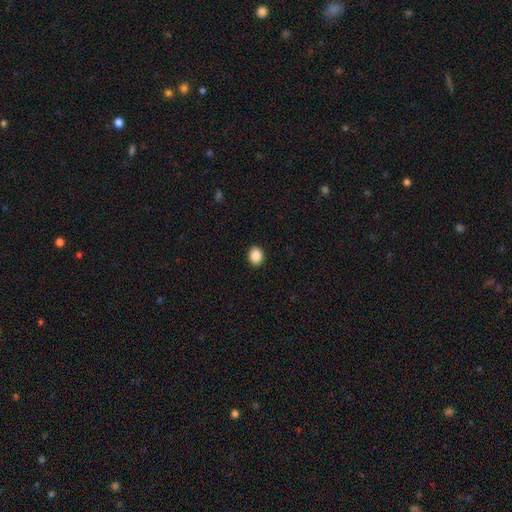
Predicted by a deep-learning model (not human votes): Morphology: type=smooth (88%); roundness=round (58%); merging=none (92%).